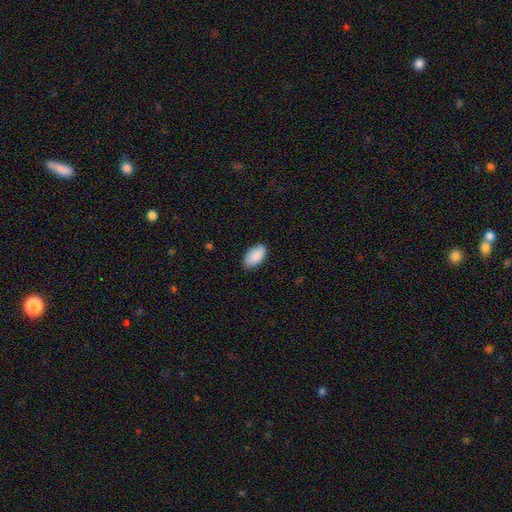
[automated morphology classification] Q: Smooth or featured?
A: smooth (90%); runner-up: star or artifact (6%)
Q: How rounded?
A: in between (96%); runner-up: round (3%)
Q: Merging?
A: none (85%); runner-up: minor disturbance (12%)